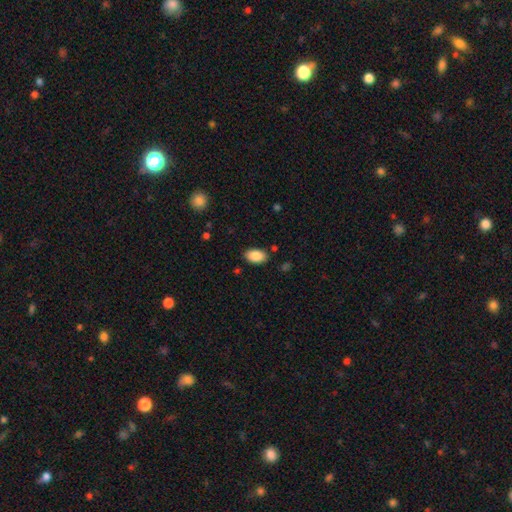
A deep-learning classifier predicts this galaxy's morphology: Smooth or featured?
  - smooth: 88% *
  - star or artifact: 7%
  - featured or disk: 5%
How rounded?
  - in between: 93% *
  - round: 6%
  - cigar-shaped: 1%
Merging?
  - none: 85% *
  - minor disturbance: 11%
  - major disturbance: 3%
  - merger: 2%